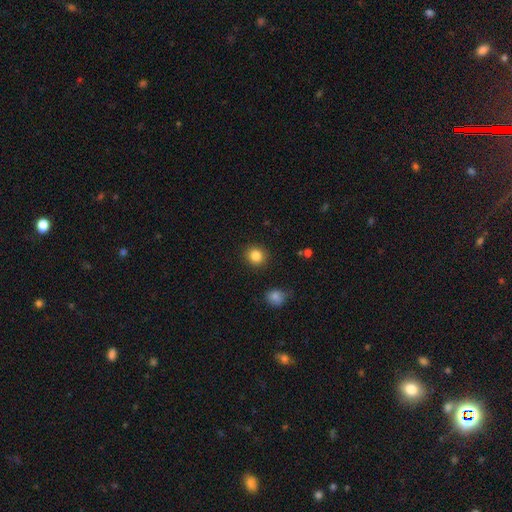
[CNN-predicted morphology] Overall: smooth (85%). How rounded: round (86%). Merging: none (90%).